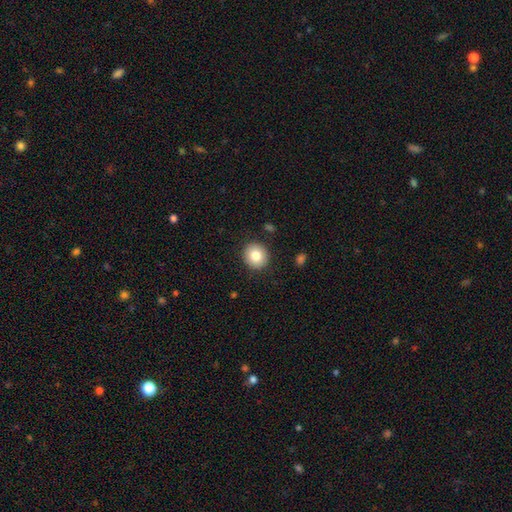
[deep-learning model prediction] The model was most divided on "smooth or featured": smooth: 81%, featured or disk: 10%, star or artifact: 9%. More confident: merging — none (90%); how rounded — round (86%).